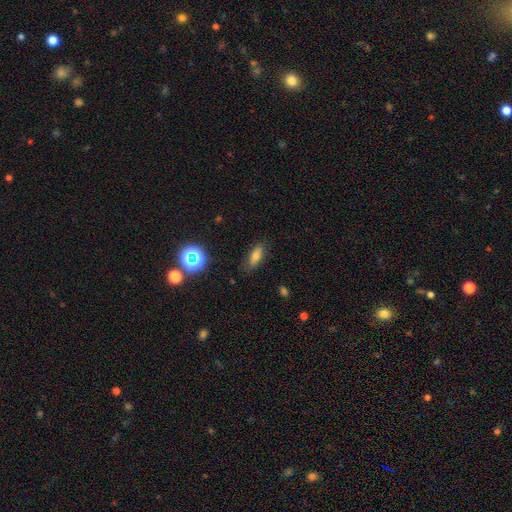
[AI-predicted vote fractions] This appears to be a smooth galaxy with no disk features (72%) that is in between round and cigar-shaped (71%). Merging: none (82%).